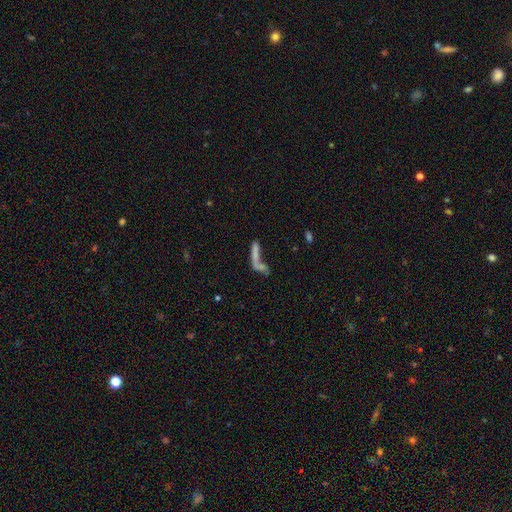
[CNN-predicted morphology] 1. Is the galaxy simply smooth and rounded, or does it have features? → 57% smooth, 29% featured or disk, 14% star or artifact.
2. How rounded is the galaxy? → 76% cigar-shaped, 21% in between, 4% round.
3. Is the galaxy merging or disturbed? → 45% merger, 29% none, 16% major disturbance, 10% minor disturbance.